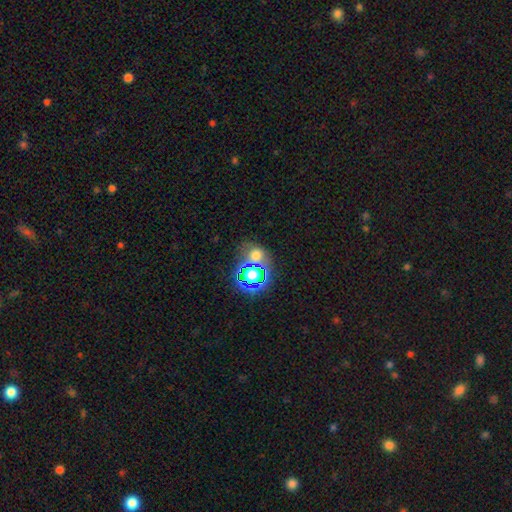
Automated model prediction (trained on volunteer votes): This appears to be a smooth galaxy with no disk features (50%) that is round (64%). Merging: none (56%).